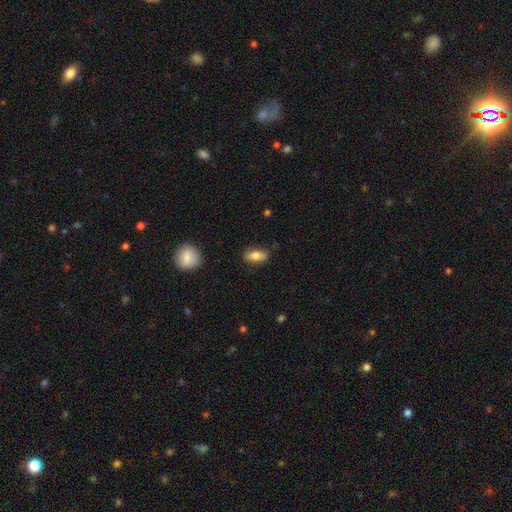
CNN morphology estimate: Smooth or featured: smooth — 76% (featured or disk — 17%)
How rounded: in between — 80% (cigar-shaped — 16%)
Merging: none — 78% (minor disturbance — 17%)